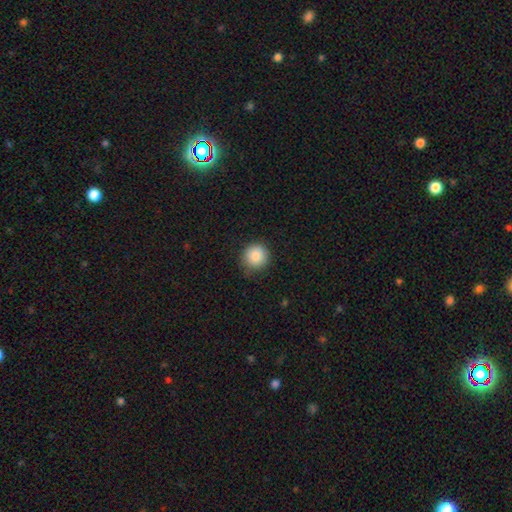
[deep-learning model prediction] Smooth or featured? Predicted: smooth (p=0.86). How rounded? Predicted: round (p=0.94). Merging? Predicted: none (p=0.83).